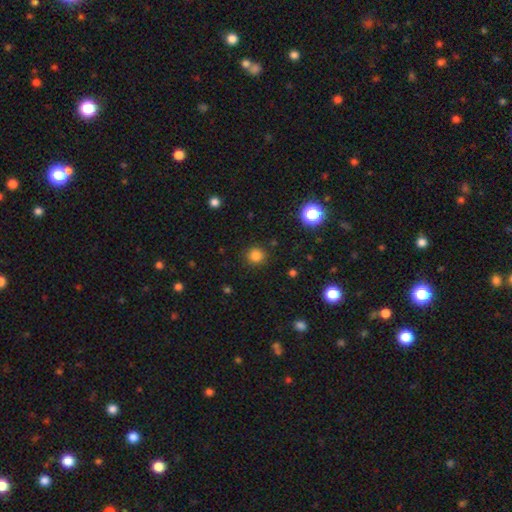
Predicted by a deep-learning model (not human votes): Smooth or featured? smooth (82%)
How rounded? round (93%)
Merging? none (90%)